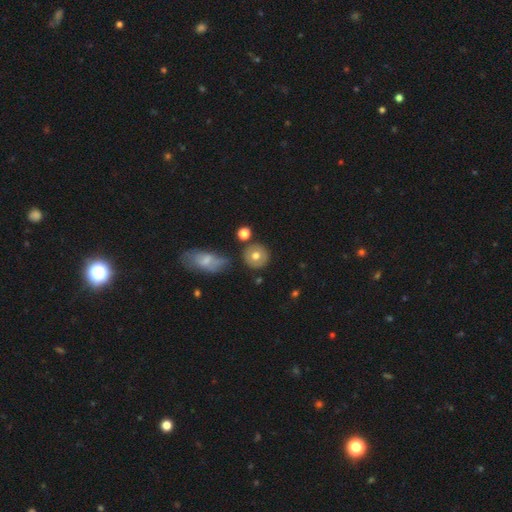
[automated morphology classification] A smooth galaxy with no disk features (68%) that is round (89%).

Vote fractions:
- Smooth or featured? smooth: 68% / featured or disk: 22% / star or artifact: 9%
- How rounded? round: 89% / in between: 10% / cigar-shaped: 1%
- Merging? none: 80% / minor disturbance: 10% / merger: 7% / major disturbance: 3%